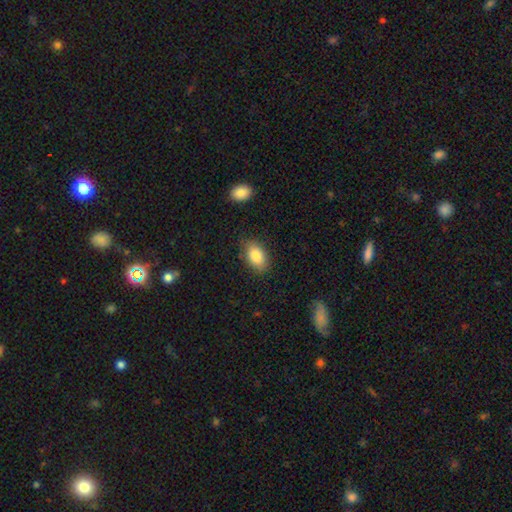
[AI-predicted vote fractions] Overall: smooth (83%). How rounded: in between (89%). Merging: none (83%).